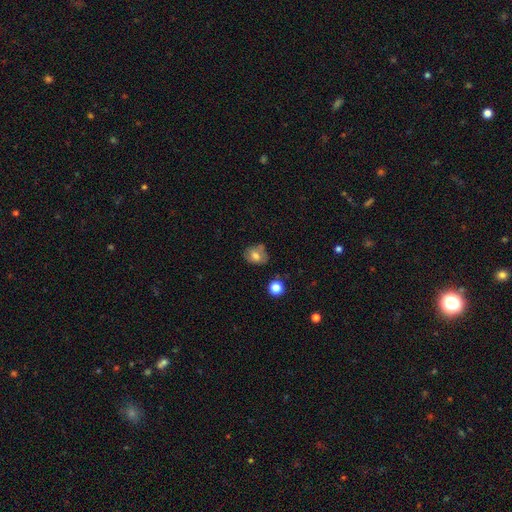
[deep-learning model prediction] Smooth or featured: smooth — 66% (featured or disk — 23%)
How rounded: in between — 50% (round — 49%)
Merging: none — 58% (minor disturbance — 25%)